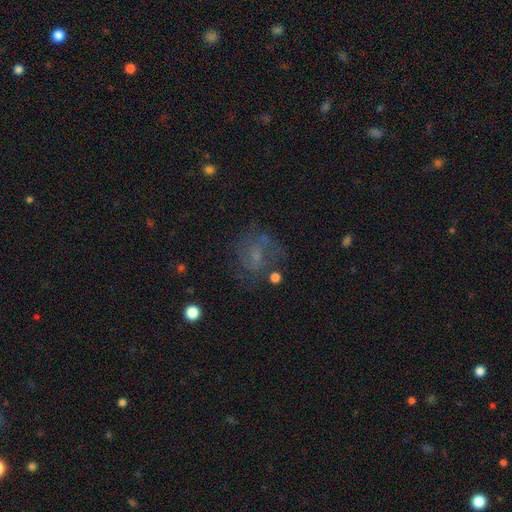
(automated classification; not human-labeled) Smooth or featured: featured or disk — 49% (smooth — 34%)
Merging: none — 55% (major disturbance — 21%)